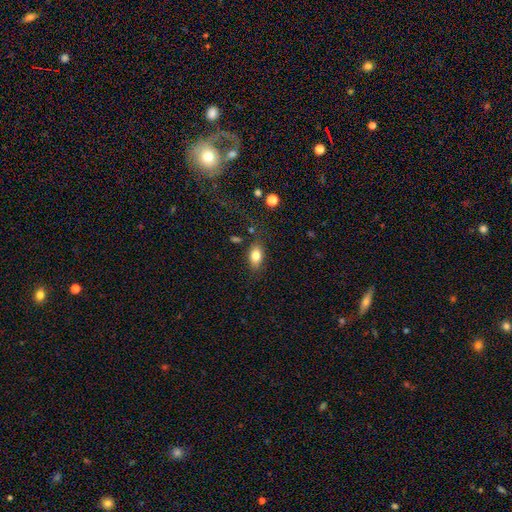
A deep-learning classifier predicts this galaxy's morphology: Smooth or featured? smooth (81%)
How rounded? in between (87%)
Merging? none (80%)